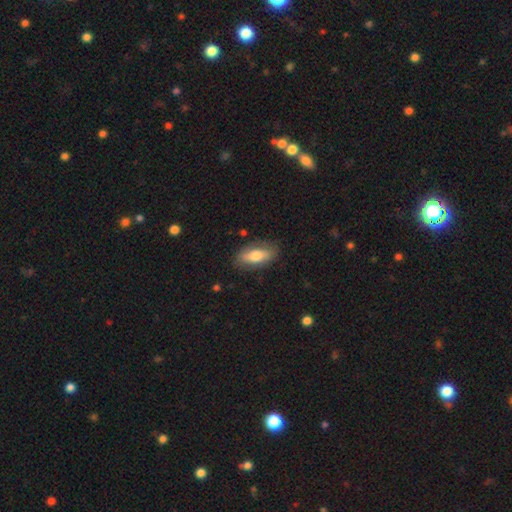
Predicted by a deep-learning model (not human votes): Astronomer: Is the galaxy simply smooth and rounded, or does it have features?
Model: smooth — 65%.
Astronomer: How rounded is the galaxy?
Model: in between — 77%.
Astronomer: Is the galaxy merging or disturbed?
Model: none — 80%.